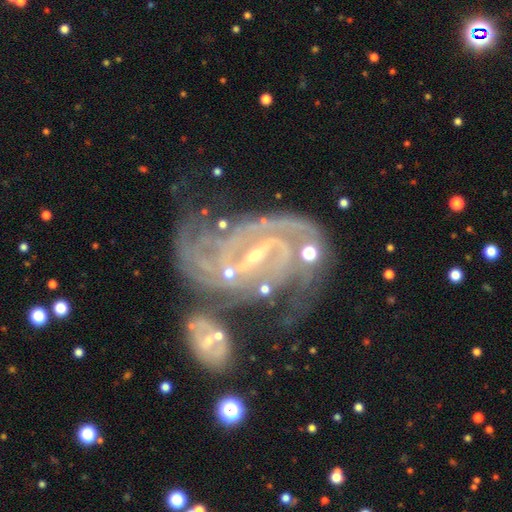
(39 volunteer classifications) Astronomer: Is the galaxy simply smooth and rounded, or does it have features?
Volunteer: featured or disk — 97%.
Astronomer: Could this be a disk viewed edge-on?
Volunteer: no — 97%.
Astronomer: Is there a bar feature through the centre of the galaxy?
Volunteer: strong — 92%.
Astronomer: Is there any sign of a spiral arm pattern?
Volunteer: yes — 100%.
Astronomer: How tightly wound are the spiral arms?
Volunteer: tight — 49%, tied with medium at 49%.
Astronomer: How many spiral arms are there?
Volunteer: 2 — 51%.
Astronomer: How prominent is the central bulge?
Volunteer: small — 78%.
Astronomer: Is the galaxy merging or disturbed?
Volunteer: none — 42% (runner-up: merger, 29%).